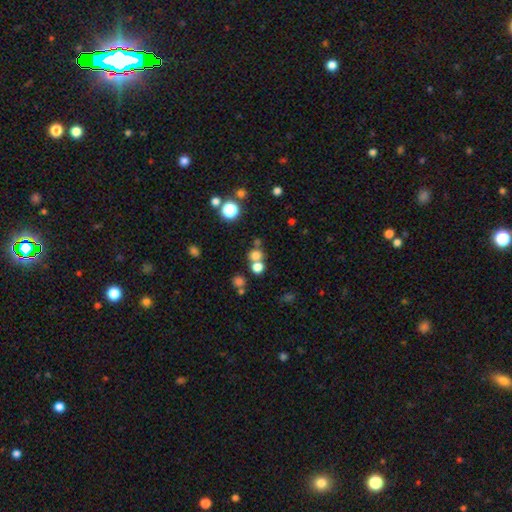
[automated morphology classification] type=smooth (71%); roundness=round (86%); merging=none (57%).